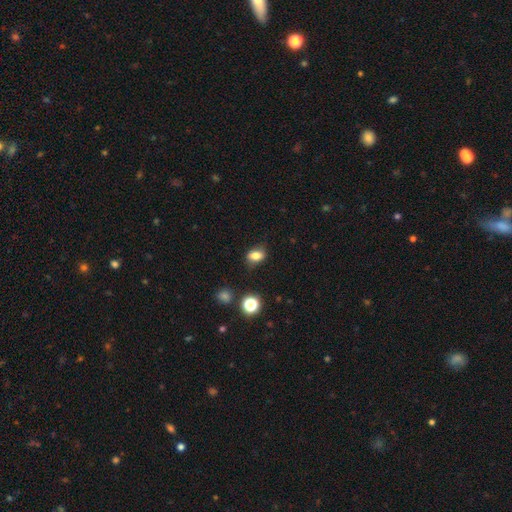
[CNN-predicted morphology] Smooth or featured?
  - smooth: 80% *
  - star or artifact: 11%
  - featured or disk: 9%
How rounded?
  - in between: 75% *
  - round: 22%
  - cigar-shaped: 2%
Merging?
  - none: 78% *
  - minor disturbance: 16%
  - major disturbance: 4%
  - merger: 2%